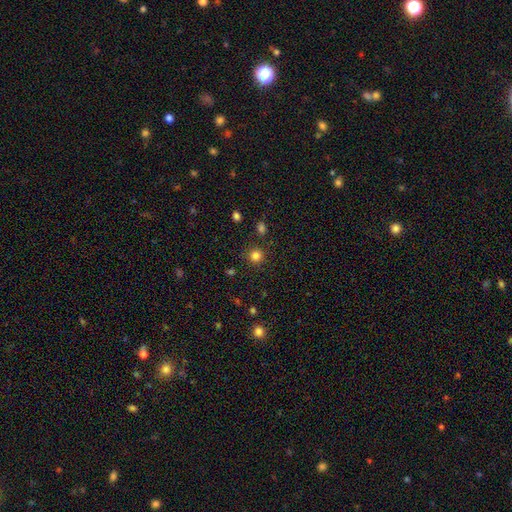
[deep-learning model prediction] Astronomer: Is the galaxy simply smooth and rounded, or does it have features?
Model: smooth — 81%.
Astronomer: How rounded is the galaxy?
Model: round — 93%.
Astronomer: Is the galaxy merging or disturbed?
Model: none — 88%.